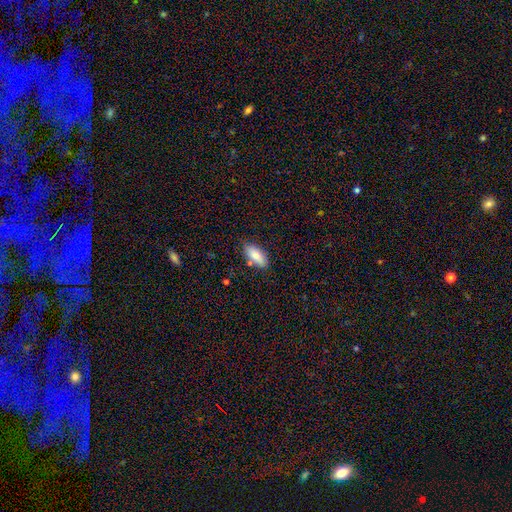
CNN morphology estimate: The model was most divided on "merging": none: 77%, minor disturbance: 15%, merger: 5%, major disturbance: 3%. More confident: how rounded — in between (84%); smooth or featured — smooth (81%).